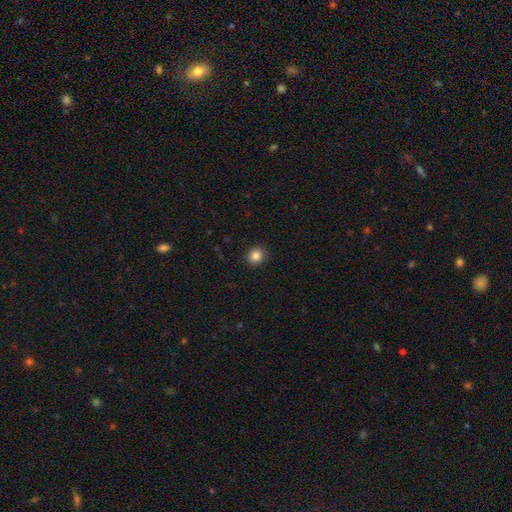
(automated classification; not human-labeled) Smooth or featured: smooth — 85% (star or artifact — 11%)
How rounded: round — 87% (in between — 13%)
Merging: none — 92% (minor disturbance — 6%)